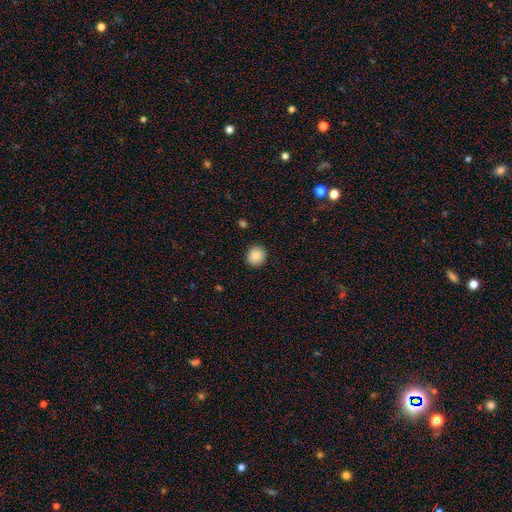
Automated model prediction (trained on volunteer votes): Overall: smooth (89%). How rounded: round (80%). Merging: none (90%).